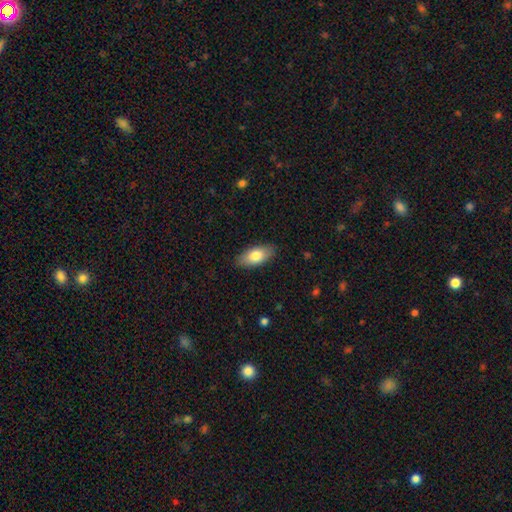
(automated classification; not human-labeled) Q: Smooth or featured?
A: smooth (79%); runner-up: featured or disk (15%)
Q: How rounded?
A: in between (89%); runner-up: cigar-shaped (8%)
Q: Merging?
A: none (87%); runner-up: minor disturbance (10%)